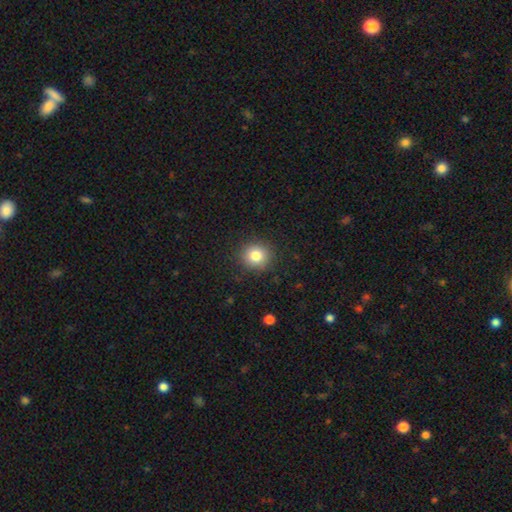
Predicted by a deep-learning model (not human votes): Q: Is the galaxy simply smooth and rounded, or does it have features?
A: smooth — 81%.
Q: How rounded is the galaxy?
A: round — 89%.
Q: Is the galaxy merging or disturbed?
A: none — 89%.